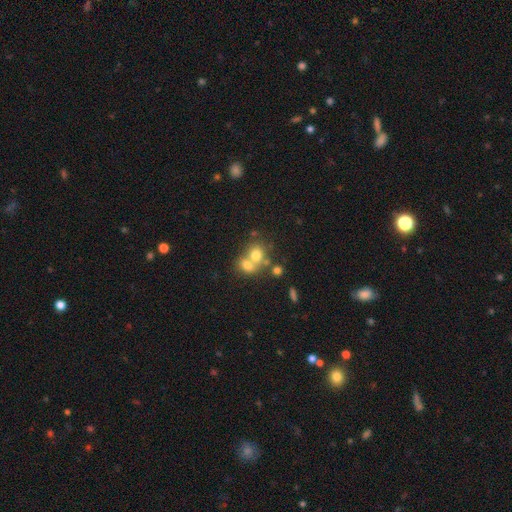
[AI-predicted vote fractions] Smooth or featured: smooth — 70% (featured or disk — 18%)
How rounded: round — 65% (in between — 34%)
Merging: merger — 62% (none — 28%)